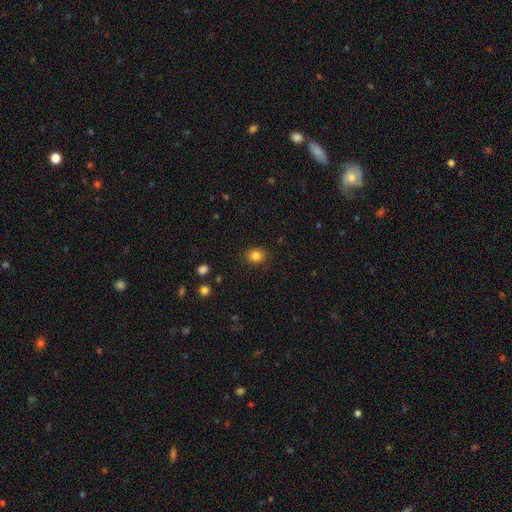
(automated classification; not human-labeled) A smooth galaxy with no disk features (84%) that is round (76%).

Vote fractions:
- Smooth or featured? smooth: 84% / star or artifact: 11% / featured or disk: 5%
- How rounded? round: 76% / in between: 23% / cigar-shaped: 1%
- Merging? none: 89% / minor disturbance: 8% / major disturbance: 2% / merger: 1%